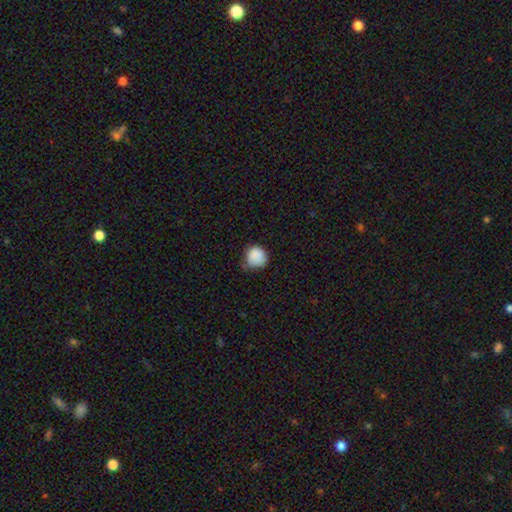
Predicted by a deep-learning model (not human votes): This is clearly a smooth galaxy (86%). How rounded: clearly round (86%). Merging: possibly none (54%).